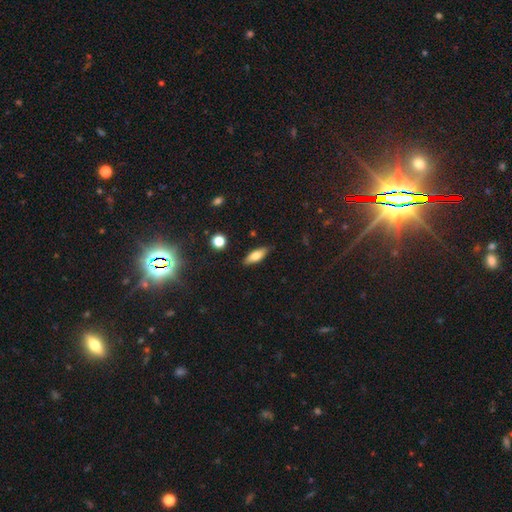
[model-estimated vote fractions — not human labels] This appears to be a smooth galaxy with no disk features (71%) that is in between round and cigar-shaped (66%). Merging: none (86%).